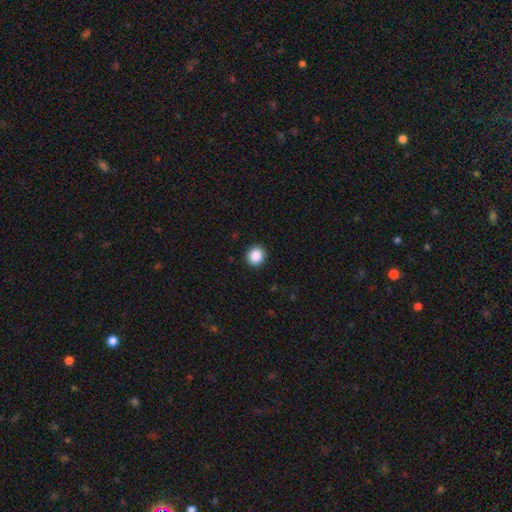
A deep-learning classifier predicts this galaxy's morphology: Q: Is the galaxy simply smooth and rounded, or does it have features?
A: smooth — 89%.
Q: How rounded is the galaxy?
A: round — 90%.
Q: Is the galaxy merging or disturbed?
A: none — 92%.